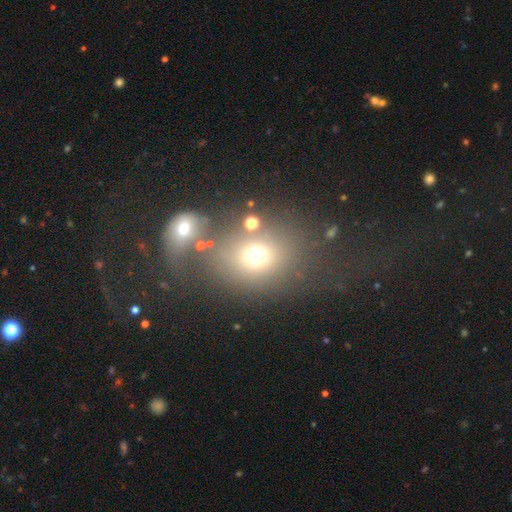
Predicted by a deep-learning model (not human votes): smooth 68%, star or artifact 18%, featured or disk 14%. Down the decision tree: how rounded — round (62%); merging — none (53%).